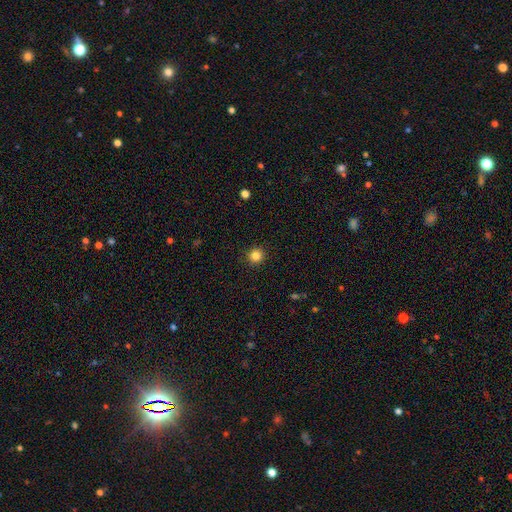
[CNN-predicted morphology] This appears to be a smooth galaxy with no disk features (84%) that is round (95%). Merging: none (92%).